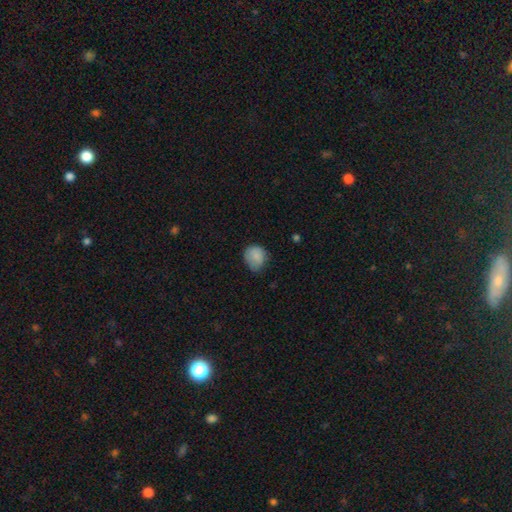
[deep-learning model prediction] Overall: smooth (83%). How rounded: round (67%; in between 32%). Merging: none (54%; minor disturbance 35%).